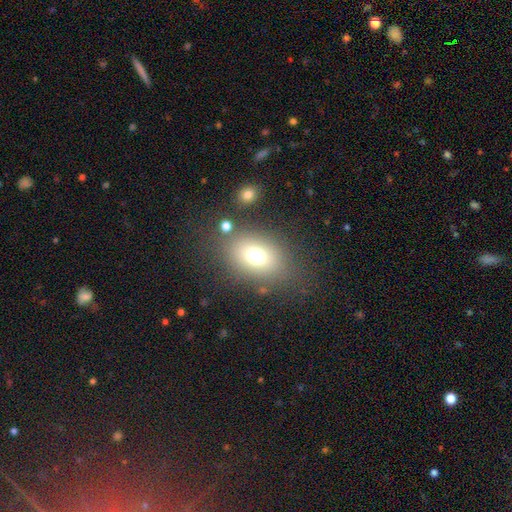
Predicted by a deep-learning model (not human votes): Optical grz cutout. It shows a smooth galaxy with no disk features (71%) that is in between round and cigar-shaped (63%). Merging: none (74%).